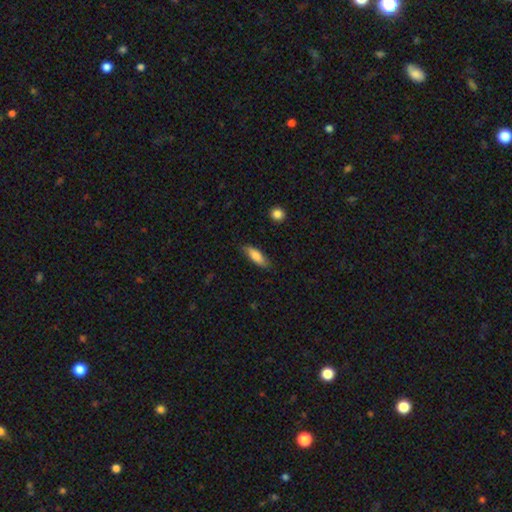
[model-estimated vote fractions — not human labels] smooth-or-featured: smooth: 79% | featured or disk: 15% | star or artifact: 6%
  how-rounded: in between: 56% | cigar-shaped: 42% | round: 2%
  merging: none: 79% | minor disturbance: 16% | major disturbance: 3% | merger: 1%